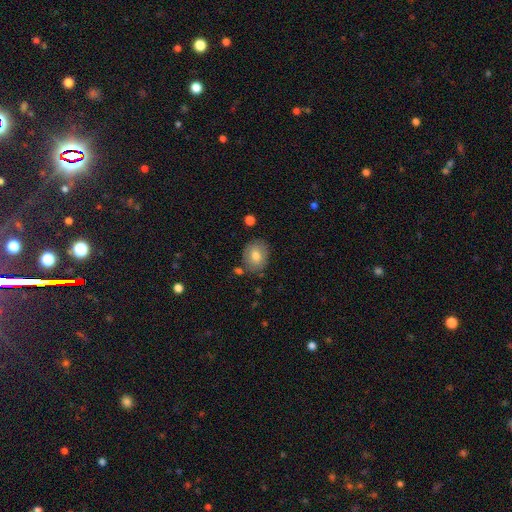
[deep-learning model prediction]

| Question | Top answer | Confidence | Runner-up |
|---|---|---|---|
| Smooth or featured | smooth | 75% | featured or disk (17%) |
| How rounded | in between | 50% | round (49%) |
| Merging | none | 78% | minor disturbance (14%) |